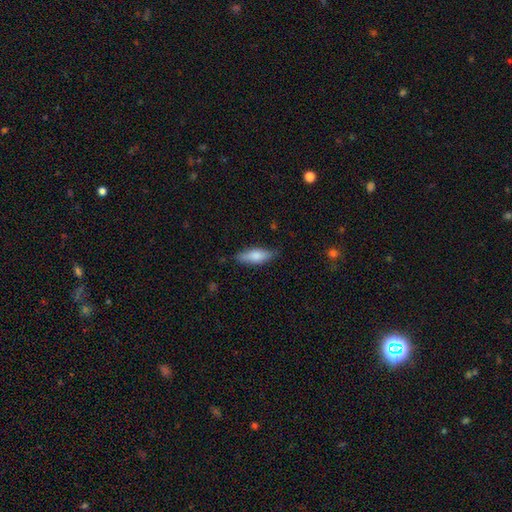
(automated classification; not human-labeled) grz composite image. It shows a smooth galaxy with no disk features (75%) that is in between round and cigar-shaped (60%). Merging: none (81%).